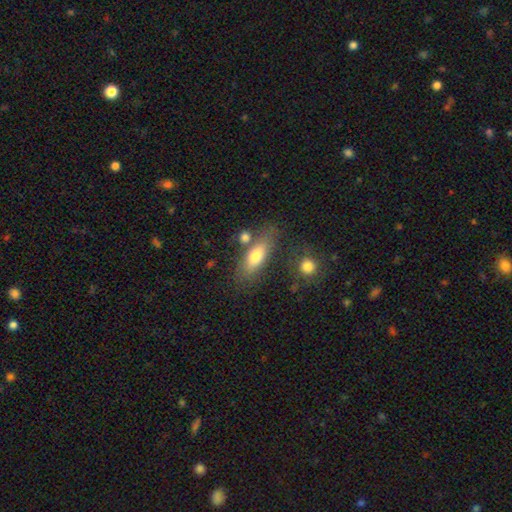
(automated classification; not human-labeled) Smooth or featured? smooth (69%)
How rounded? in between (65%)
Merging? none (65%)